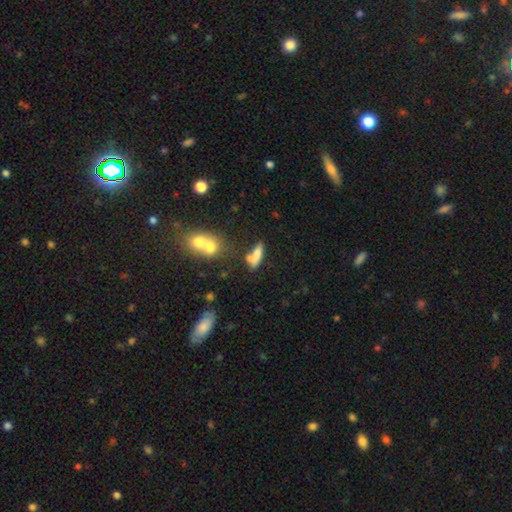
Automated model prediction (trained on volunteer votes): Q: Smooth or featured?
A: smooth (71%); runner-up: featured or disk (19%)
Q: How rounded?
A: cigar-shaped (49%); runner-up: in between (46%)
Q: Merging?
A: none (42%); runner-up: merger (31%)